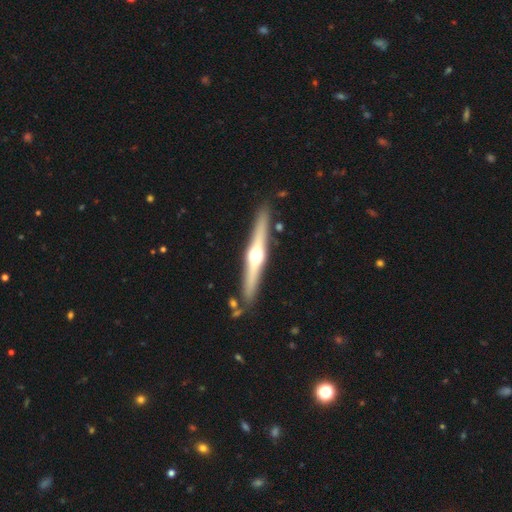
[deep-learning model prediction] A featured or disk galaxy (71%) viewed edge-on (97%) with a rounded central bulge (95%). Merging: none (88%).